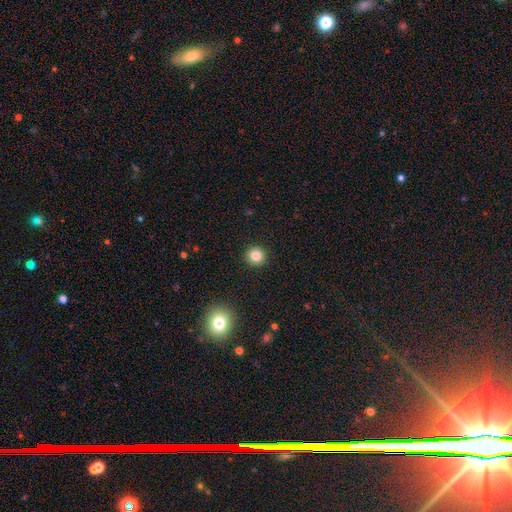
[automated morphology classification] A smooth galaxy with no disk features (83%) that is round (94%). Merging: none (93%).